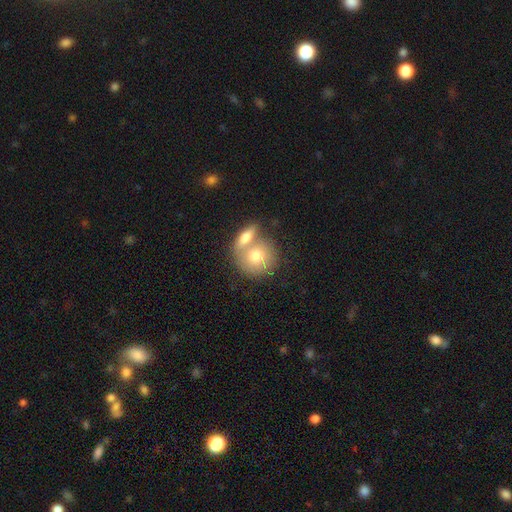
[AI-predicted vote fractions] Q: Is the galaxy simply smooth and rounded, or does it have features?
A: smooth — 70%.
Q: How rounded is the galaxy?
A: round — 79%.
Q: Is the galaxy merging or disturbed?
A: merger — 51%.